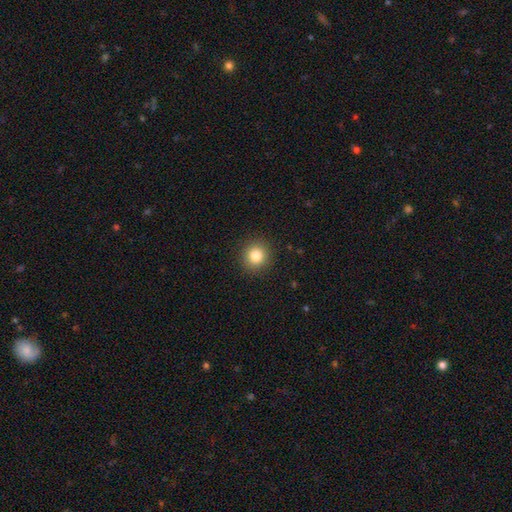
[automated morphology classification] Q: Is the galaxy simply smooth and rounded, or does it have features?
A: smooth — 83%.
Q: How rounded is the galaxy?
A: round — 92%.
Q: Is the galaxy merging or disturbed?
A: none — 91%.